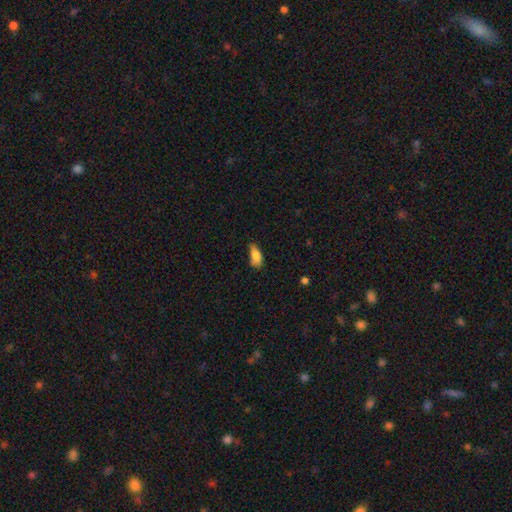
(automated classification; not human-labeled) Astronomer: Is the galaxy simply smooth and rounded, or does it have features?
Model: smooth — 80%.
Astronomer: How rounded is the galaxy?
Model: in between — 85%.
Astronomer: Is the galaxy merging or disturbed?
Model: none — 46% (runner-up: minor disturbance, 39%).